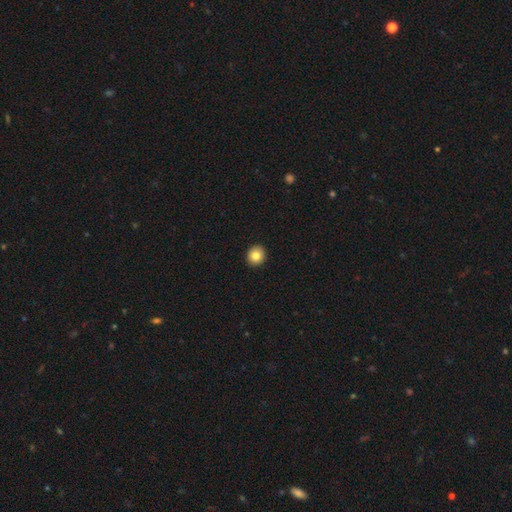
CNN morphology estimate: smooth_or_featured: smooth (p=0.83) [alt: star or artifact p=0.09]
how_rounded: round (p=0.88) [alt: in between p=0.11]
merging: none (p=0.93) [alt: minor disturbance p=0.04]